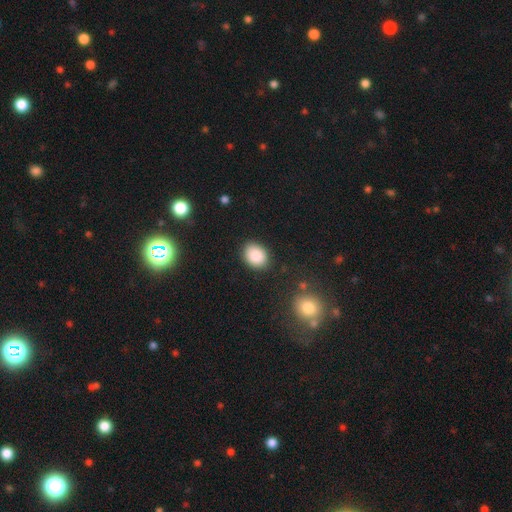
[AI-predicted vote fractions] The model was most divided on "how rounded": in between: 60%, round: 39%, cigar-shaped: 1%. More confident: smooth or featured — smooth (88%); merging — none (85%).